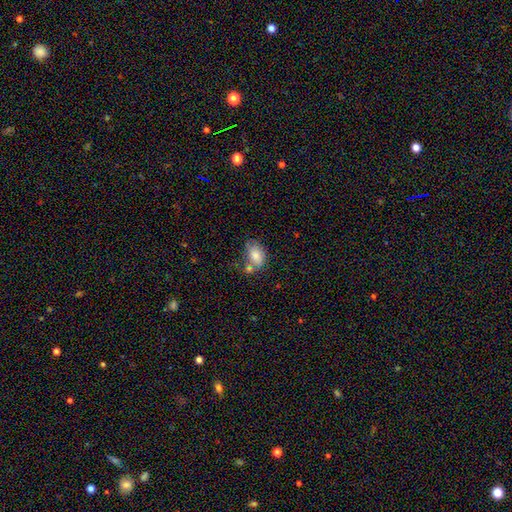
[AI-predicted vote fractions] A smooth galaxy with no disk features (79%) that is in between round and cigar-shaped (84%).

Vote fractions:
- Smooth or featured? smooth: 79% / featured or disk: 13% / star or artifact: 8%
- How rounded? in between: 84% / round: 15% / cigar-shaped: 1%
- Merging? none: 45% / minor disturbance: 25% / merger: 20% / major disturbance: 9%